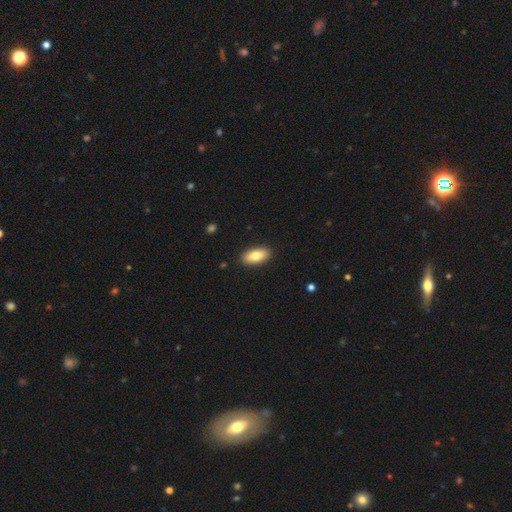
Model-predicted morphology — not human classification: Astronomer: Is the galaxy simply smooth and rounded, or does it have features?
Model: smooth — 80%.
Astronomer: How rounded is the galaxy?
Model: in between — 89%.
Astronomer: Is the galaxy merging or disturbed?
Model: none — 89%.